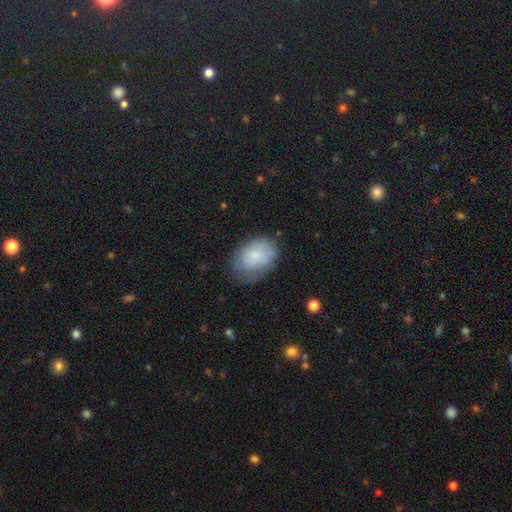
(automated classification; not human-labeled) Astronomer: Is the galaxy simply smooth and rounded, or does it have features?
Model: smooth — 69%.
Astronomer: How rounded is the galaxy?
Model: in between — 79%.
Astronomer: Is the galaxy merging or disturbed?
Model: none — 56%.